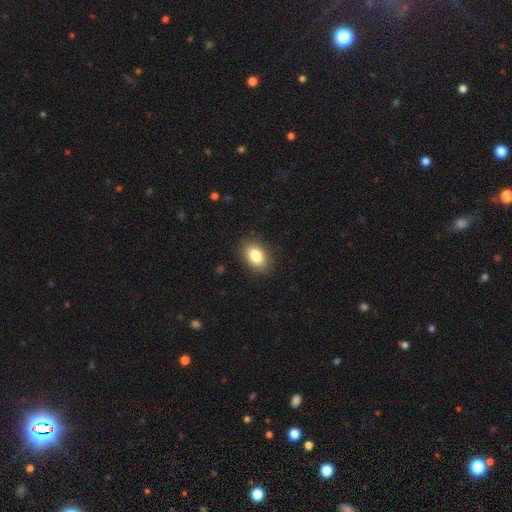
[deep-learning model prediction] This appears to be a smooth galaxy with no disk features (83%) that is in between round and cigar-shaped (82%). Merging: none (86%).